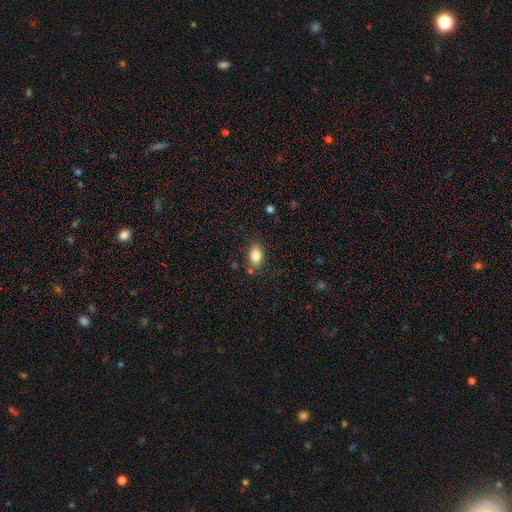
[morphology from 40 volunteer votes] smooth_or_featured: smooth (p=0.88) [alt: star or artifact p=0.07]
how_rounded: in between (p=0.80) [alt: round p=0.17]
merging: none (p=0.81) [alt: minor disturbance p=0.08]